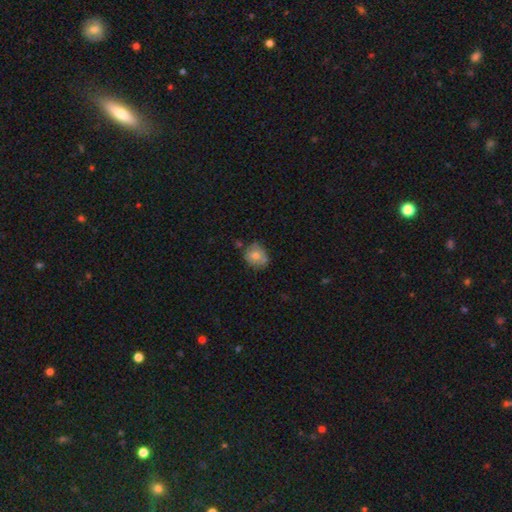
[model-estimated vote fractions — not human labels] smooth 70%, featured or disk 21%, star or artifact 9%. Down the decision tree: how rounded — round (65%); merging — none (60%).